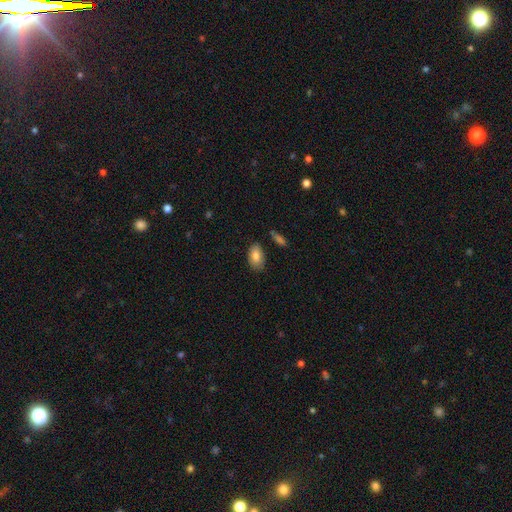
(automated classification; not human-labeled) Smooth or featured: smooth — 82% (featured or disk — 11%)
How rounded: in between — 92% (round — 6%)
Merging: none — 78% (minor disturbance — 16%)